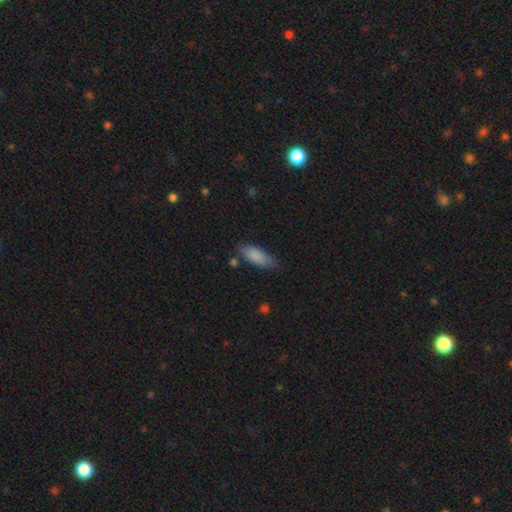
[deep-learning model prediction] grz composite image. It shows a smooth galaxy with no disk features (86%) that is in between round and cigar-shaped (76%). Merging: none (70%).